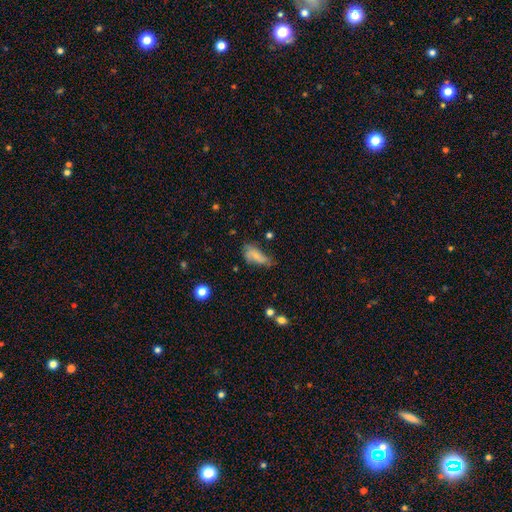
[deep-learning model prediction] smooth 63%, featured or disk 27%, star or artifact 9%. Down the decision tree: how rounded — in between (83%); merging — none (38%).